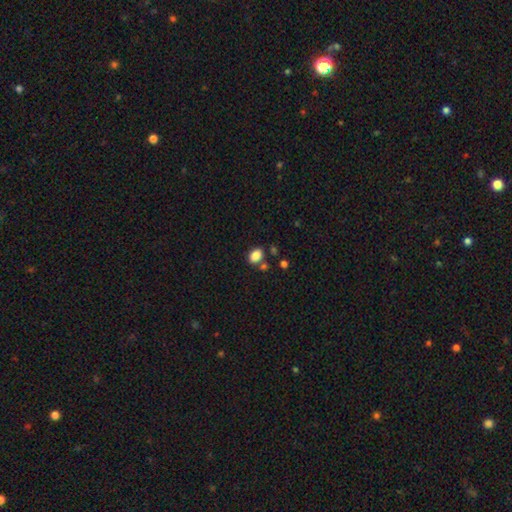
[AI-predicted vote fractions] A smooth galaxy with no disk features (86%) that is in between round and cigar-shaped (77%).

Vote fractions:
- Smooth or featured? smooth: 86% / star or artifact: 10% / featured or disk: 4%
- How rounded? in between: 77% / round: 21% / cigar-shaped: 1%
- Merging? none: 70% / minor disturbance: 13% / merger: 13% / major disturbance: 4%